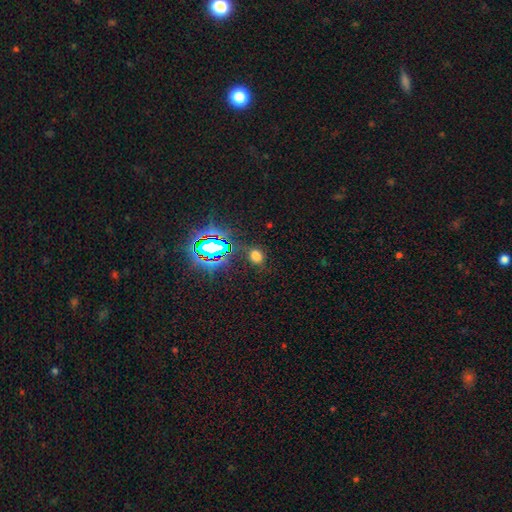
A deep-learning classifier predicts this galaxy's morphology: smooth-or-featured: smooth: 61% | star or artifact: 33% | featured or disk: 6%
  how-rounded: in between: 56% | round: 42% | cigar-shaped: 2%
  merging: none: 79% | minor disturbance: 13% | major disturbance: 5% | merger: 3%